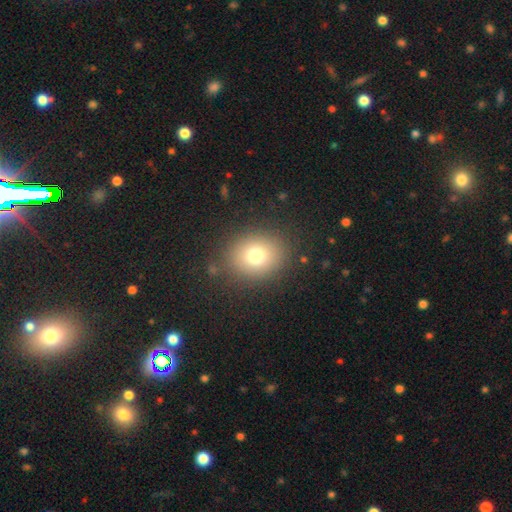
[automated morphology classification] smooth_or_featured: smooth (p=0.75) [alt: star or artifact p=0.14]
how_rounded: round (p=0.70) [alt: in between p=0.29]
merging: none (p=0.85) [alt: minor disturbance p=0.09]